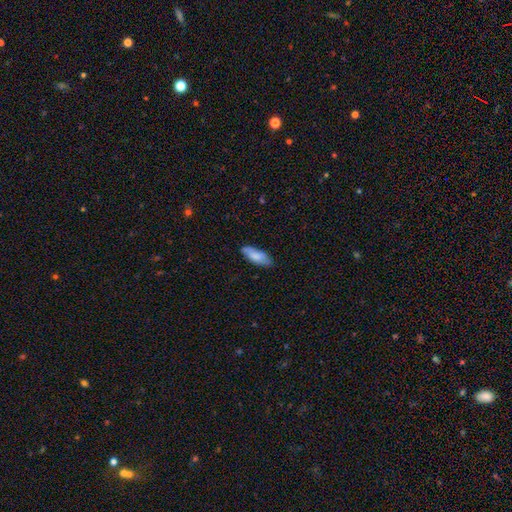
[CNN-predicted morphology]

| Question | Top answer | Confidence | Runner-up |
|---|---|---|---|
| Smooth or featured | smooth | 79% | featured or disk (15%) |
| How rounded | in between | 75% | cigar-shaped (24%) |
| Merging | none | 75% | minor disturbance (20%) |